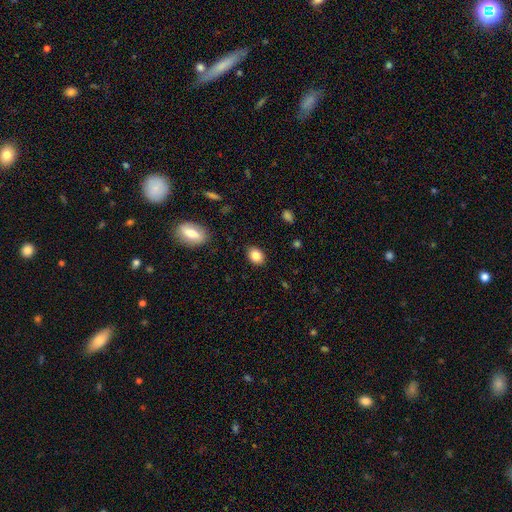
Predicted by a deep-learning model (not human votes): A smooth galaxy with no disk features (84%) that is in between round and cigar-shaped (65%). Merging: none (88%).